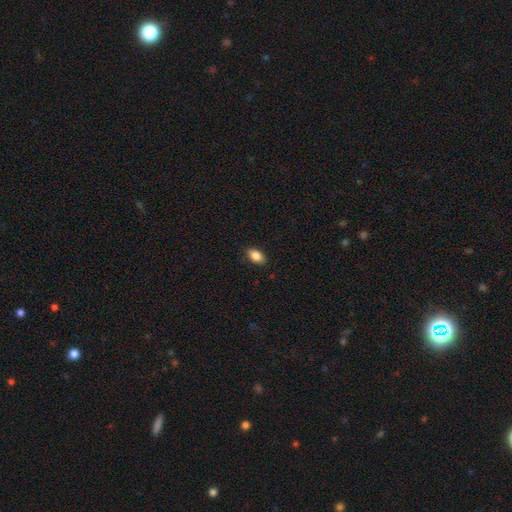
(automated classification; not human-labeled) Smooth or featured: smooth — 86% (star or artifact — 8%)
How rounded: in between — 90% (round — 7%)
Merging: none — 88% (minor disturbance — 10%)